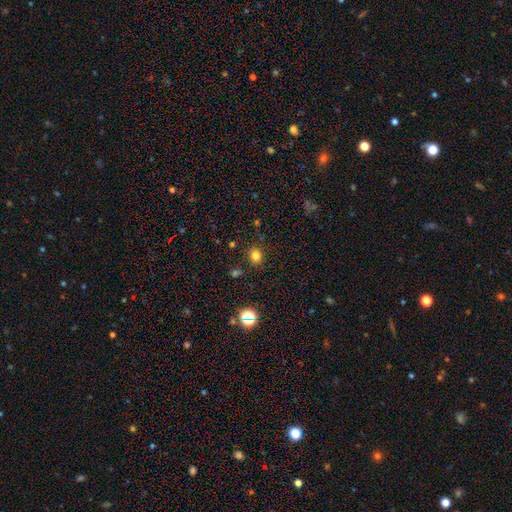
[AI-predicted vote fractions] The model was most divided on "how rounded": round: 67%, in between: 32%, cigar-shaped: 1%. More confident: merging — none (85%); smooth or featured — smooth (79%).